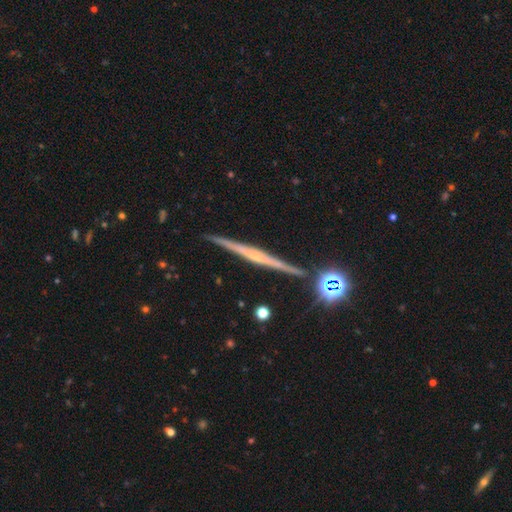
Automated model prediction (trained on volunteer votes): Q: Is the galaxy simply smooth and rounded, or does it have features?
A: featured or disk — 73%.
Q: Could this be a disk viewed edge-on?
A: yes — 98%.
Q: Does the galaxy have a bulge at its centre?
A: none — 51%.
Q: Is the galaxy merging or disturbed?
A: none — 89%.